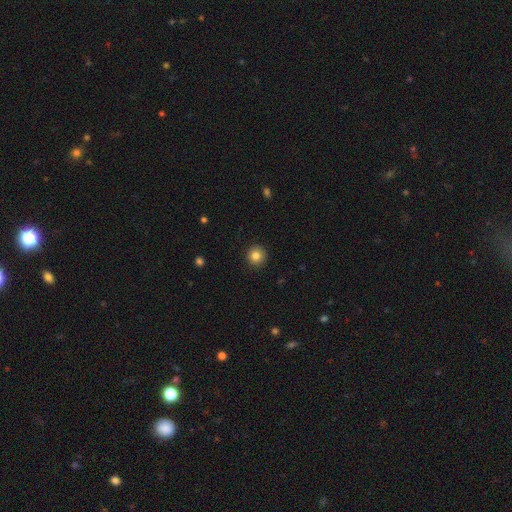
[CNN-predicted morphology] Smooth or featured? smooth (83%)
How rounded? round (94%)
Merging? none (92%)